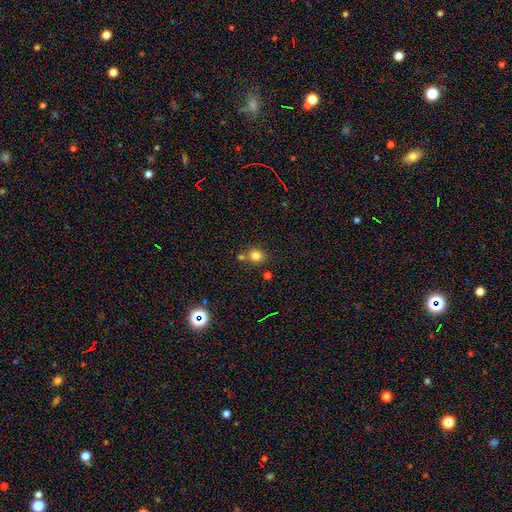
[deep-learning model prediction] A smooth galaxy with no disk features (80%) that is round (74%).

Vote fractions:
- Smooth or featured? smooth: 80% / star or artifact: 14% / featured or disk: 7%
- How rounded? round: 74% / in between: 25% / cigar-shaped: 1%
- Merging? none: 67% / merger: 19% / minor disturbance: 11% / major disturbance: 3%